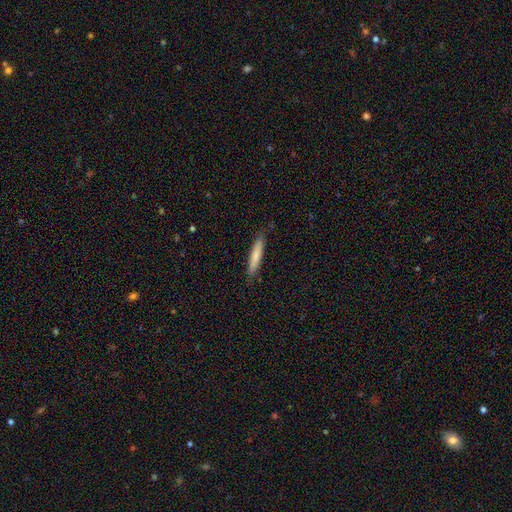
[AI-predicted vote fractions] smooth-or-featured: smooth: 75% | featured or disk: 20% | star or artifact: 6%
  how-rounded: cigar-shaped: 91% | in between: 8% | round: 1%
  merging: none: 83% | minor disturbance: 14% | major disturbance: 2% | merger: 1%